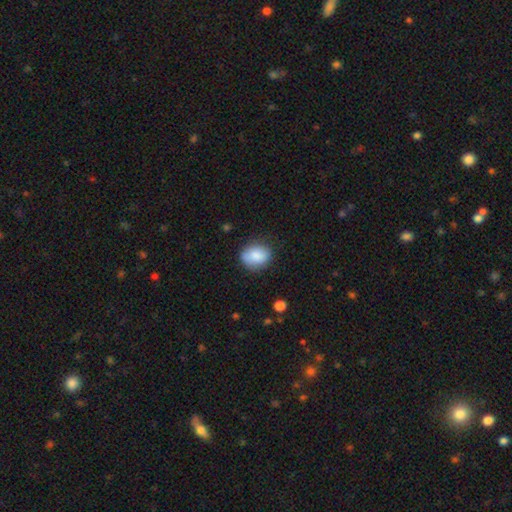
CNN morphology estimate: smooth-or-featured: smooth: 85% | featured or disk: 8% | star or artifact: 7%
  how-rounded: in between: 54% | round: 45% | cigar-shaped: 1%
  merging: none: 75% | minor disturbance: 19% | major disturbance: 4% | merger: 2%